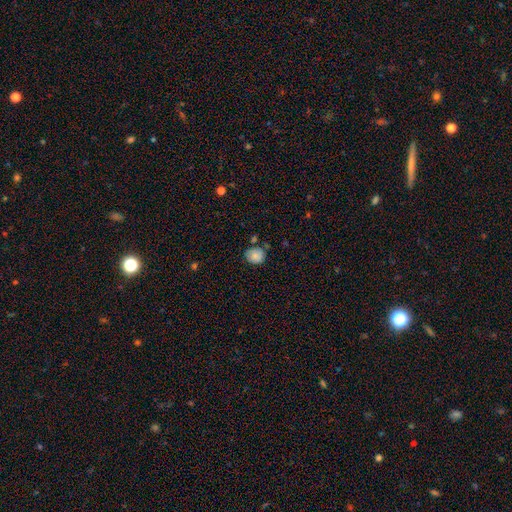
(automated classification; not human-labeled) This appears to be a smooth galaxy with no disk features (82%) that is round (66%). Merging: none (71%).